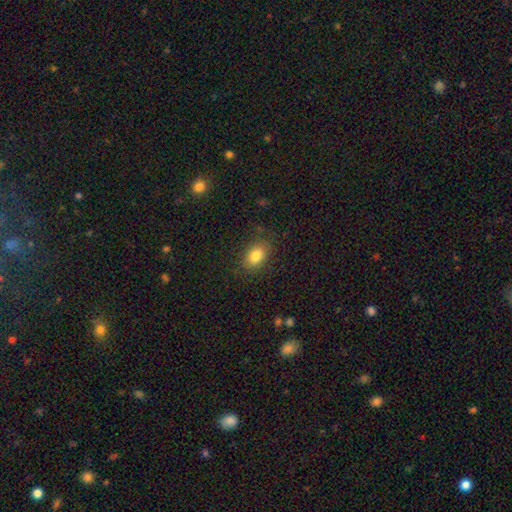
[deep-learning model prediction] This is clearly a smooth galaxy (82%). How rounded: clearly in between (81%). Merging: clearly none (83%).